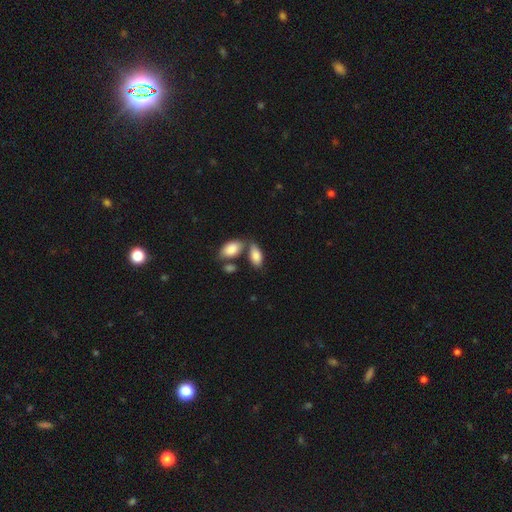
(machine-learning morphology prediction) This appears to be a smooth galaxy with no disk features (85%) that is in between round and cigar-shaped (92%). Merging: none (49%).